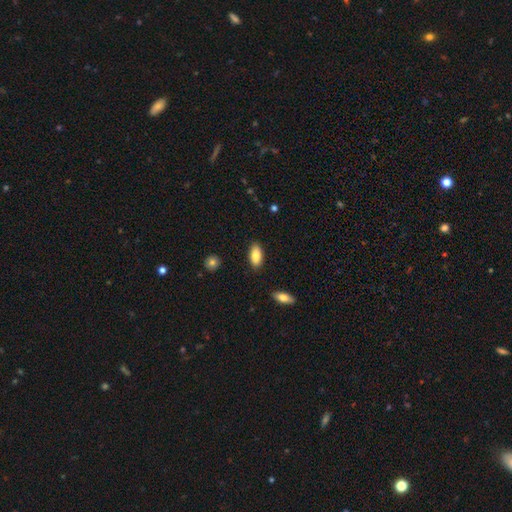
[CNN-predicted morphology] smooth_or_featured: smooth (p=0.84) [alt: featured or disk p=0.10]
how_rounded: in between (p=0.88) [alt: cigar-shaped p=0.10]
merging: none (p=0.88) [alt: minor disturbance p=0.09]